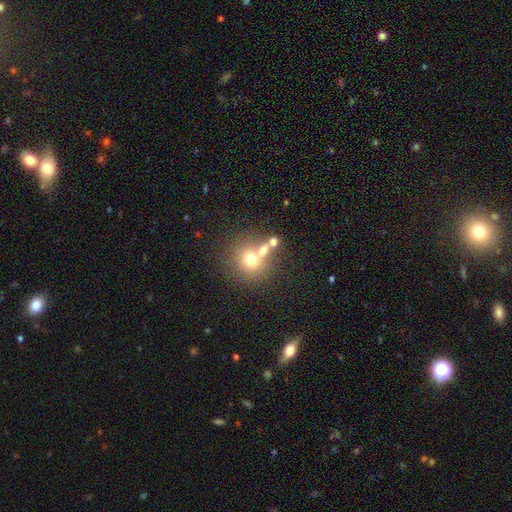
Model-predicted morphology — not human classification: smooth 63%, featured or disk 19%, star or artifact 18%. Down the decision tree: how rounded — round (85%); merging — none (53%).